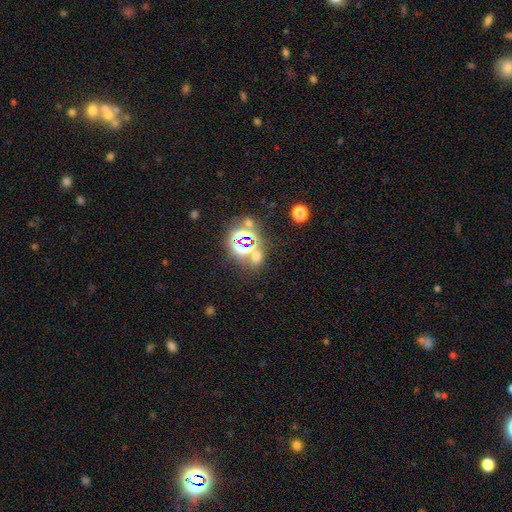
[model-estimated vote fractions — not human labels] smooth-or-featured: star or artifact: 53% | smooth: 38% | featured or disk: 9%